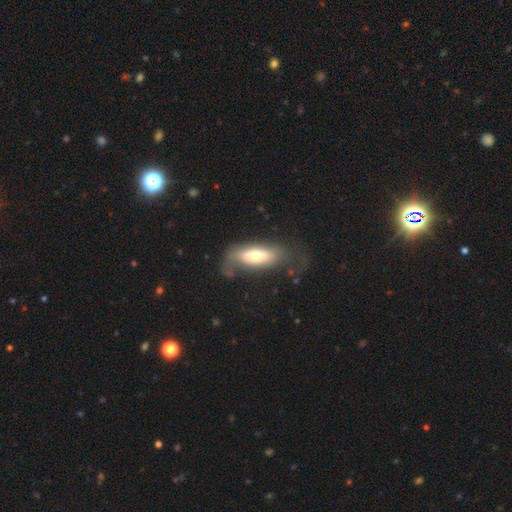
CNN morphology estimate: smooth_or_featured: smooth (p=0.53) [alt: featured or disk p=0.40]
how_rounded: in between (p=0.76) [alt: cigar-shaped p=0.21]
merging: none (p=0.41) [alt: major disturbance p=0.30]